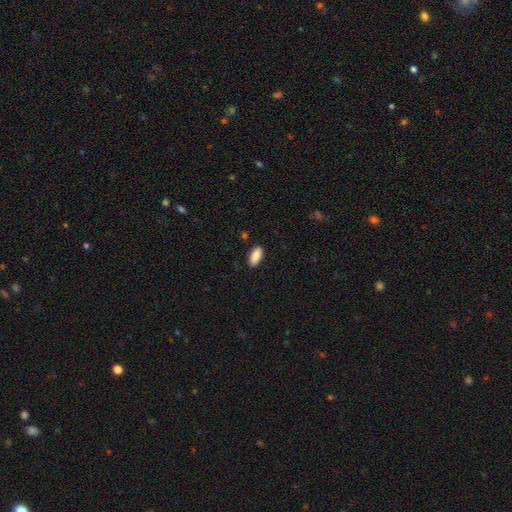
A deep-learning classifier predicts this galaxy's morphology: smooth_or_featured: smooth (p=0.89) [alt: star or artifact p=0.06]
how_rounded: in between (p=0.89) [alt: cigar-shaped p=0.09]
merging: none (p=0.88) [alt: minor disturbance p=0.09]